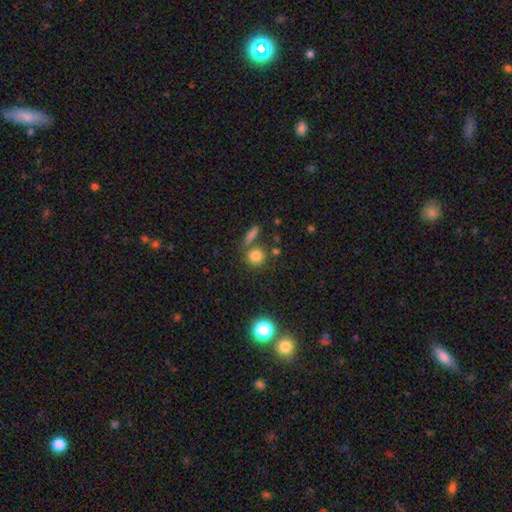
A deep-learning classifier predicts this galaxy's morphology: A smooth galaxy with no disk features (80%) that is round (85%). Merging: none (69%).